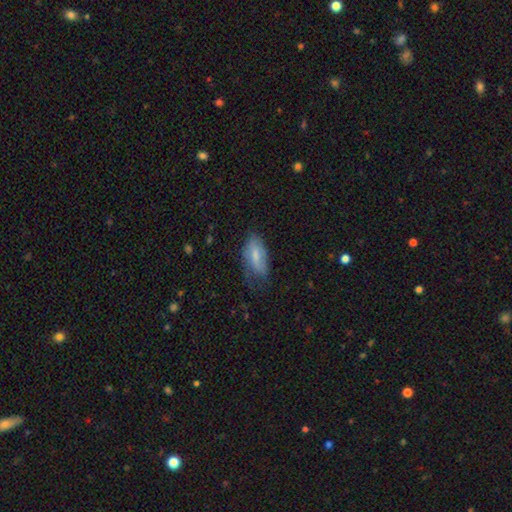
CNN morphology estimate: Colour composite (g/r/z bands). It shows a smooth galaxy with no disk features (60%) that is in between round and cigar-shaped (88%). Merging: none (45%).